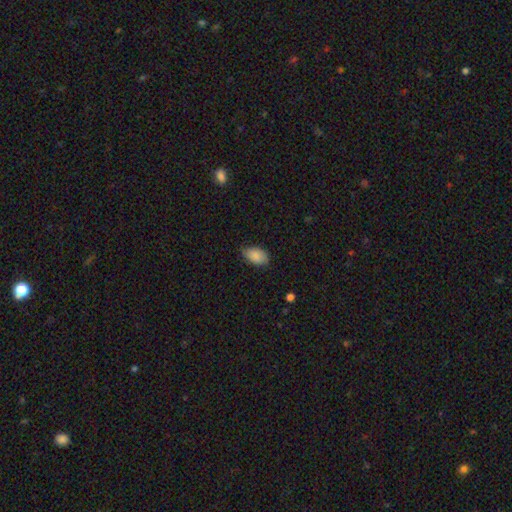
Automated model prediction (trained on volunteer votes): Q: Smooth or featured?
A: smooth (87%); runner-up: star or artifact (7%)
Q: How rounded?
A: in between (92%); runner-up: round (6%)
Q: Merging?
A: none (73%); runner-up: minor disturbance (22%)